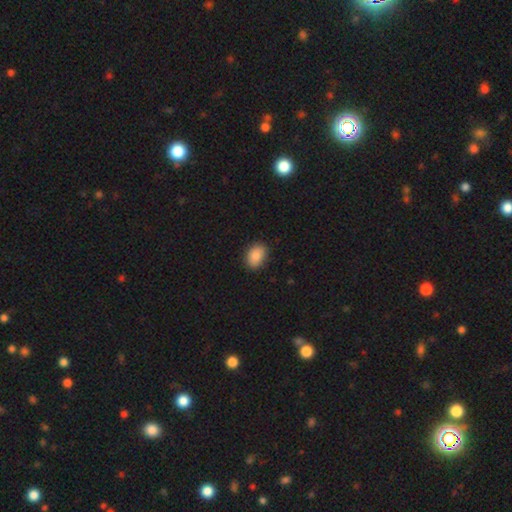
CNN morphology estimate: A smooth galaxy with no disk features (87%) that is in between round and cigar-shaped (79%). Merging: none (87%).